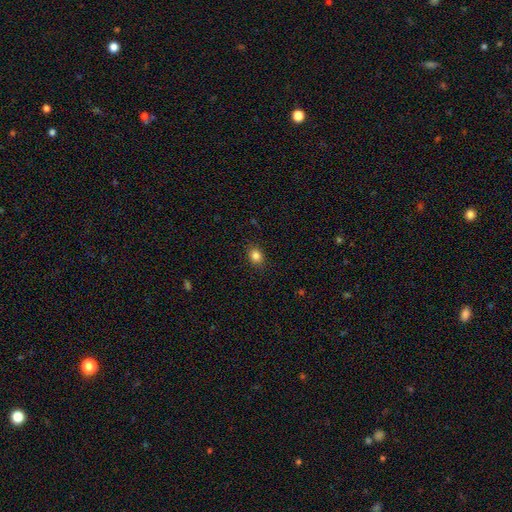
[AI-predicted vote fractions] smooth_or_featured: smooth (p=0.84) [alt: star or artifact p=0.11]
how_rounded: round (p=0.51) [alt: in between p=0.47]
merging: none (p=0.88) [alt: minor disturbance p=0.08]